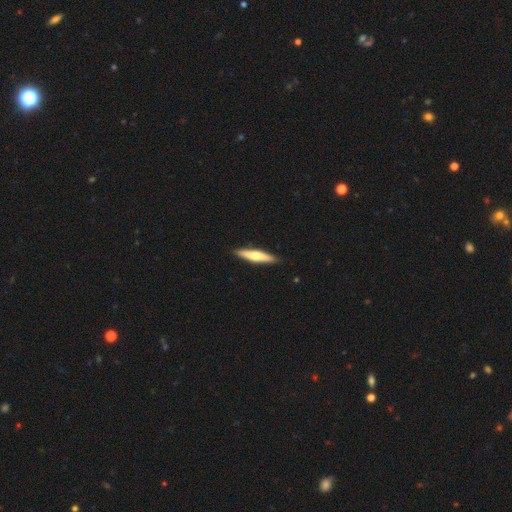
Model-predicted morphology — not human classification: Overall: smooth (49%; featured or disk 46%). Merging: none (90%).